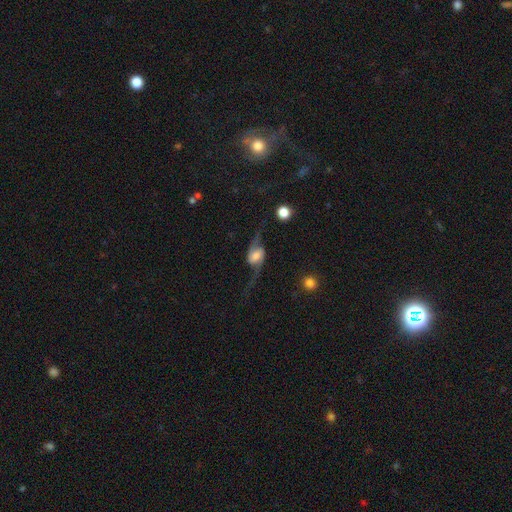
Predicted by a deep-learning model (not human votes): smooth-or-featured: featured or disk: 82% | smooth: 11% | star or artifact: 6%
  disk-edge-on: no: 93% | yes: 7%
    bar: weak: 45% | no: 33% | strong: 22%
    has-spiral-arms: yes: 95% | no: 5%
      spiral-winding: loose: 86% | medium: 11% | tight: 3%
      spiral-arm-count: 2: 94% | 1: 2% | can't tell: 2% | 3: 1% | 4: 1% | more than 4: 1%
    bulge-size: moderate: 38% | small: 23% | large: 23% | none: 10% | dominant: 6%
  merging: none: 64% | major disturbance: 18% | minor disturbance: 15% | merger: 3%